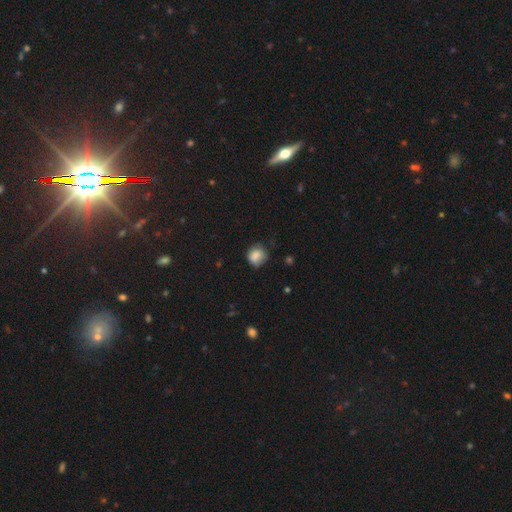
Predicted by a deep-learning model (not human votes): Morphology: type=smooth (84%); roundness=round (77%); merging=none (64%).